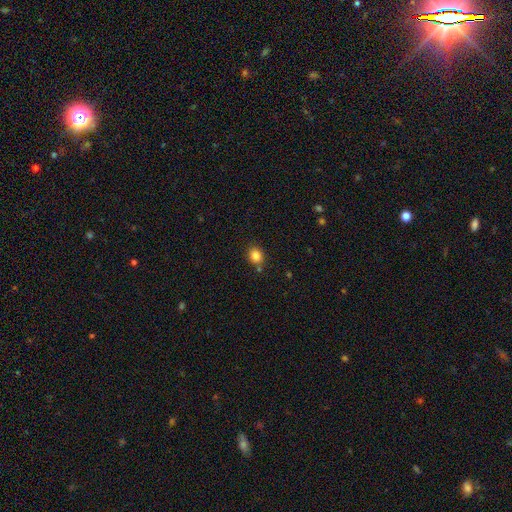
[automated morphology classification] Smooth or featured? smooth (84%)
How rounded? round (60%)
Merging? none (80%)